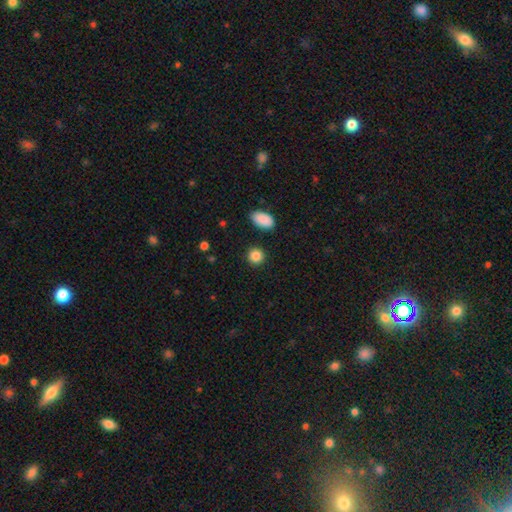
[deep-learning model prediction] A smooth galaxy with no disk features (87%) that is round (87%).

Vote fractions:
- Smooth or featured? smooth: 87% / star or artifact: 9% / featured or disk: 4%
- How rounded? round: 87% / in between: 12% / cigar-shaped: 1%
- Merging? none: 90% / minor disturbance: 6% / major disturbance: 2% / merger: 2%